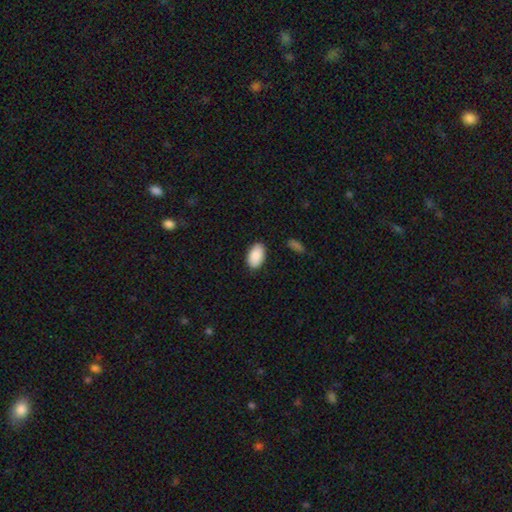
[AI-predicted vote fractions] Smooth or featured: smooth — 90% (star or artifact — 6%)
How rounded: in between — 94% (round — 4%)
Merging: none — 87% (minor disturbance — 9%)